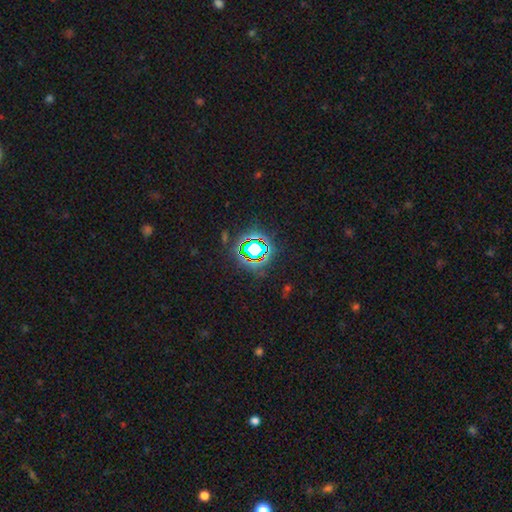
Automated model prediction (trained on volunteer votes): Morphology: type=star or artifact (70%).